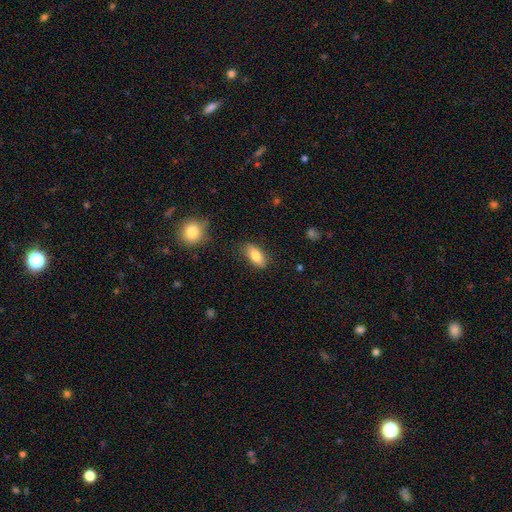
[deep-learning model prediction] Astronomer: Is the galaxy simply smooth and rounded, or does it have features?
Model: smooth — 79%.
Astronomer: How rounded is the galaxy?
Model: in between — 86%.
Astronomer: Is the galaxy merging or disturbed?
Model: none — 83%.